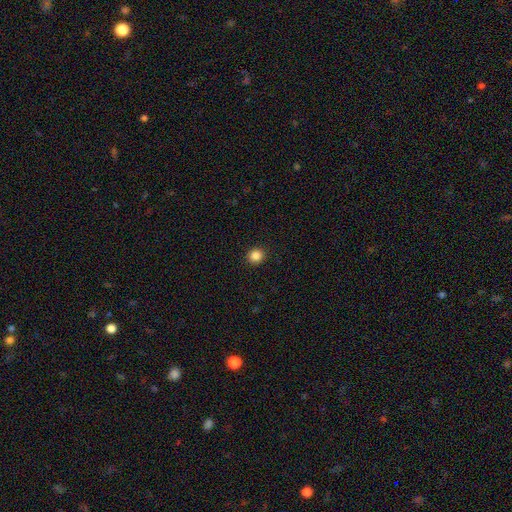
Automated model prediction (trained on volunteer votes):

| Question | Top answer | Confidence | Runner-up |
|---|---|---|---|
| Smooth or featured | smooth | 86% | star or artifact (11%) |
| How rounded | round | 88% | in between (11%) |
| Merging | none | 93% | minor disturbance (5%) |